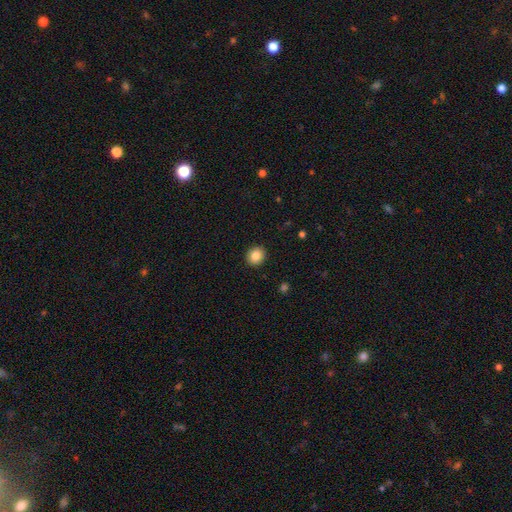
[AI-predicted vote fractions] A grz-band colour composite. It shows a smooth galaxy with no disk features (85%) that is round (81%). Merging: none (92%).